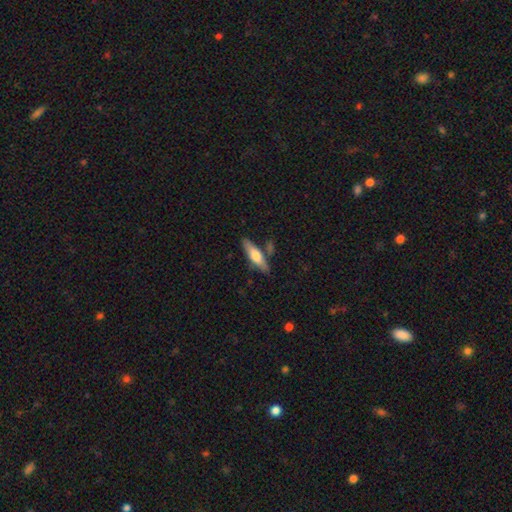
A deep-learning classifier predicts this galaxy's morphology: This appears to be a smooth galaxy with no disk features (58%) that is cigar-shaped (65%). Merging: none (76%).